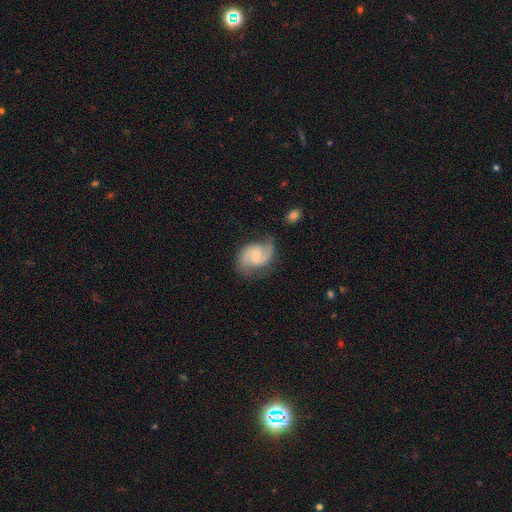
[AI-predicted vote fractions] Morphology: type=featured or disk (76%); edge-on=no (98%); bar=weak (52%); spiral arms=yes (95%); winding=medium (52%); arm count=2 (88%); bulge=small (45%); merging=none (65%).